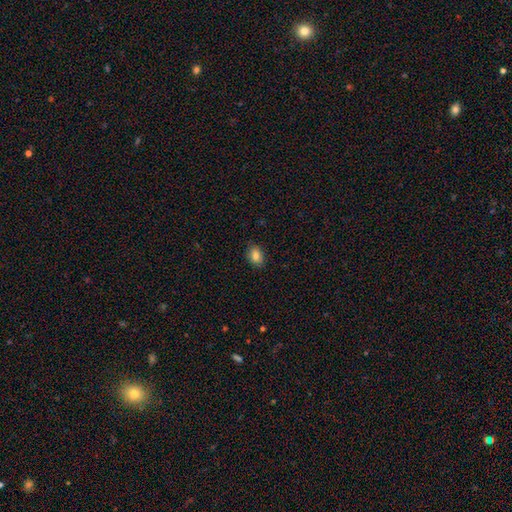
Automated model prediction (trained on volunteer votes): Smooth or featured? Predicted: smooth (p=0.83). How rounded? Predicted: in between (p=0.69). Merging? Predicted: none (p=0.87).